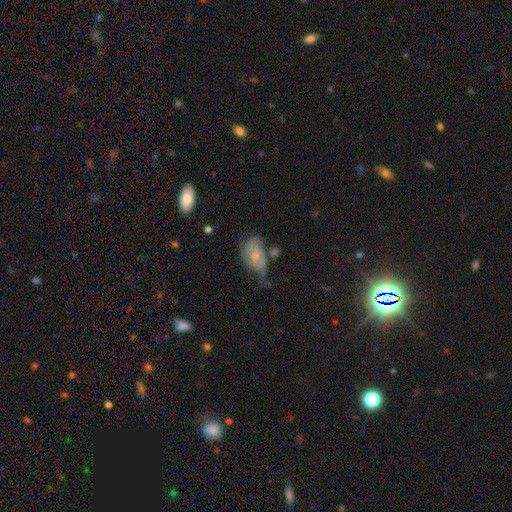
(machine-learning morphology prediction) smooth-or-featured: featured or disk: 46% | smooth: 44% | star or artifact: 10%
  merging: minor disturbance: 34% | major disturbance: 28% | none: 27% | merger: 10%